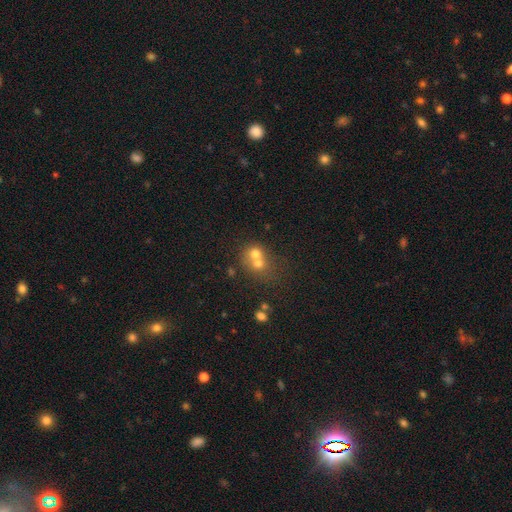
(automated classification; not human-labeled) Smooth or featured? smooth (62%)
How rounded? round (76%)
Merging? merger (62%)